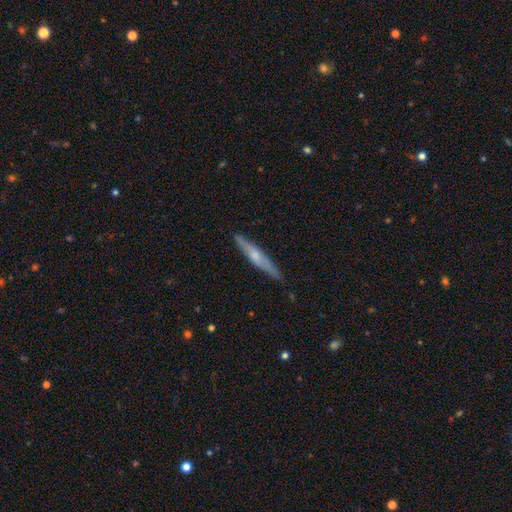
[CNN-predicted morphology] This appears to be a featured or disk galaxy (56%) viewed edge-on (94%) with a rounded central bulge (71%). Merging: none (87%).